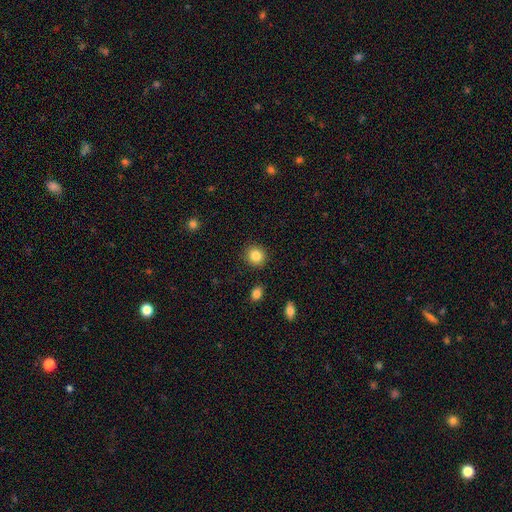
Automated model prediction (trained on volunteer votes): This is clearly a smooth galaxy (86%). How rounded: clearly round (87%). Merging: clearly none (90%).